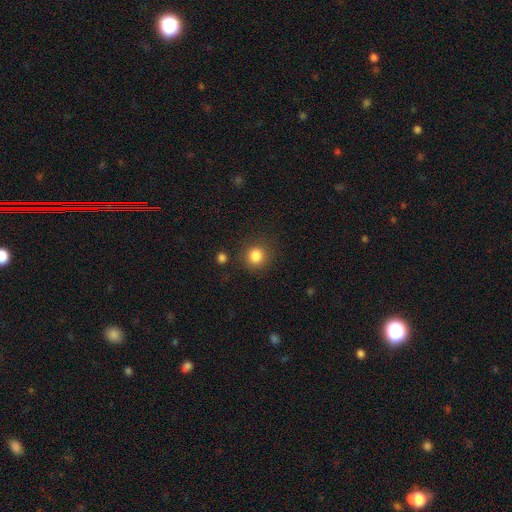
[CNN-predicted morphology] This appears to be a smooth galaxy with no disk features (84%) that is round (88%). Merging: none (85%).